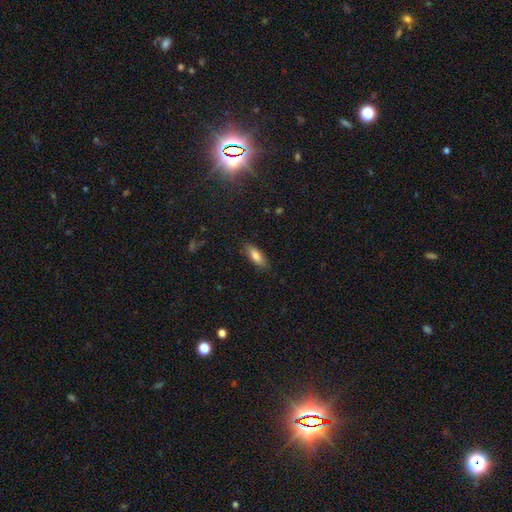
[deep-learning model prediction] This is likely a smooth galaxy (79%). How rounded: likely in between (69%). Merging: clearly none (85%).